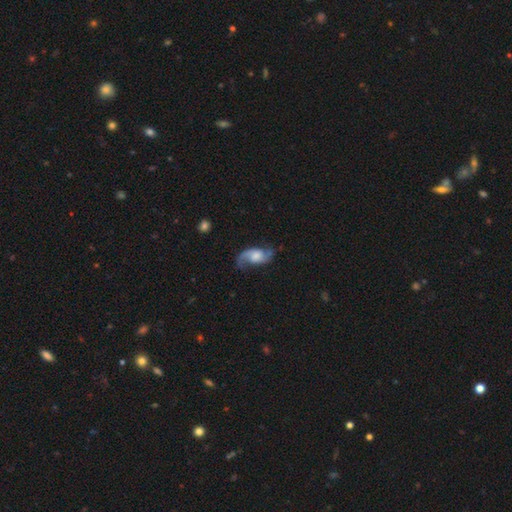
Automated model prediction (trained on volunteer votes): Smooth or featured?
  - featured or disk: 79% *
  - smooth: 15%
  - star or artifact: 6%
Edge-on disk?
  - no: 96% *
  - yes: 4%
Bar?
  - no: 55% *
  - weak: 37%
  - strong: 8%
Spiral arms?
  - yes: 95% *
  - no: 5%
Spiral winding?
  - loose: 55% *
  - medium: 35%
  - tight: 9%
Spiral arm count?
  - 2: 82% *
  - 1: 12%
  - can't tell: 3%
  - 3: 1%
  - 4: 1%
  - more than 4: 1%
Bulge size?
  - moderate: 34% *
  - small: 24%
  - large: 21%
  - none: 18%
  - dominant: 3%
Merging?
  - none: 64% *
  - minor disturbance: 20%
  - major disturbance: 13%
  - merger: 2%